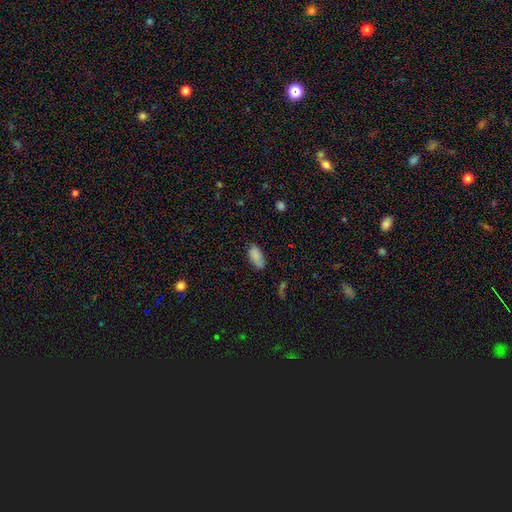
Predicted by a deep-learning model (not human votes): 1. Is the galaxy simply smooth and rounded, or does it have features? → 83% smooth, 9% featured or disk, 8% star or artifact.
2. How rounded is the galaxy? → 92% in between, 5% cigar-shaped, 3% round.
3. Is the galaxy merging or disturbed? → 71% none, 22% minor disturbance, 5% major disturbance, 2% merger.